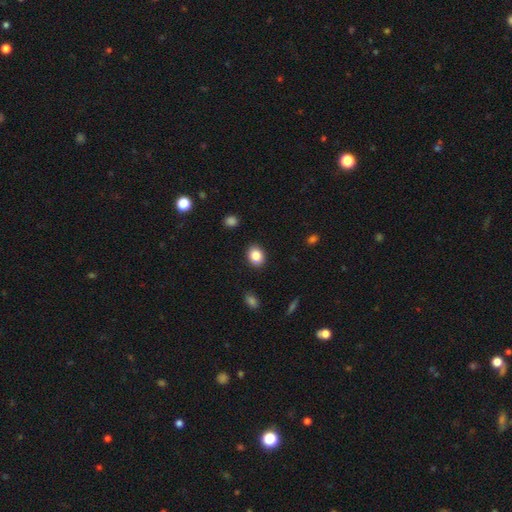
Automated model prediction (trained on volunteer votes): This appears to be a smooth galaxy with no disk features (85%) that is in between round and cigar-shaped (57%). Merging: none (89%).